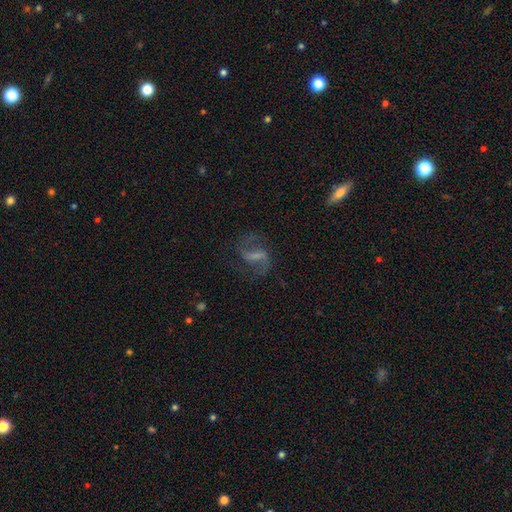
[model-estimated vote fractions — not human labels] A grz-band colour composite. It shows a featured or disk galaxy (78%) with a weak bar (43%), 2 (90%) loose (50%) spiral arms (93%) and no central bulge (41%). Merging: none (74%).